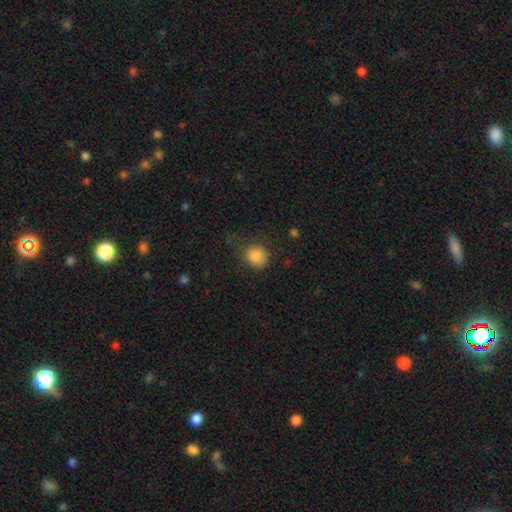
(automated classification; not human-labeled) Overall: smooth (85%). How rounded: round (81%). Merging: none (68%).